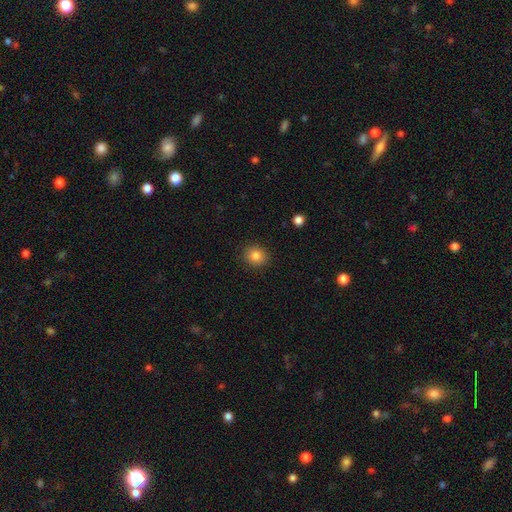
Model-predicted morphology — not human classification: type=smooth (84%); roundness=round (84%); merging=none (91%).